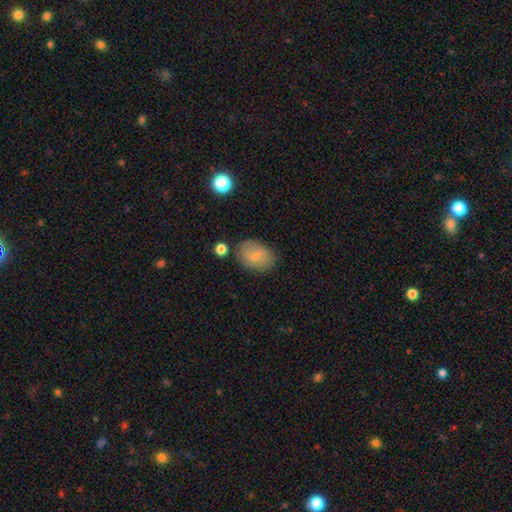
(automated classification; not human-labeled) The model was most divided on "smooth or featured": smooth: 72%, featured or disk: 20%, star or artifact: 8%. More confident: how rounded — in between (79%); merging — none (77%).